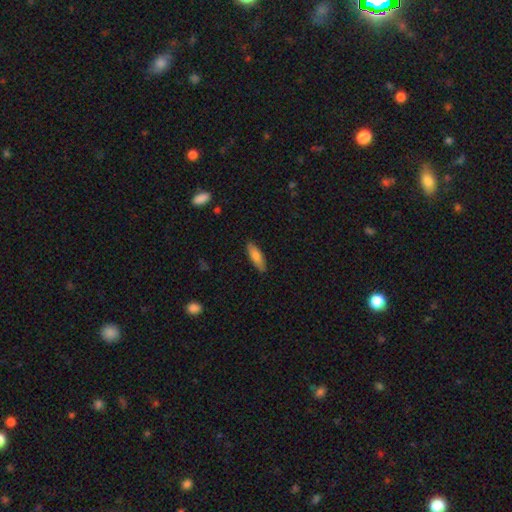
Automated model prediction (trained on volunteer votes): This appears to be a smooth galaxy with no disk features (78%) that is in between round and cigar-shaped (51%). Merging: none (87%).